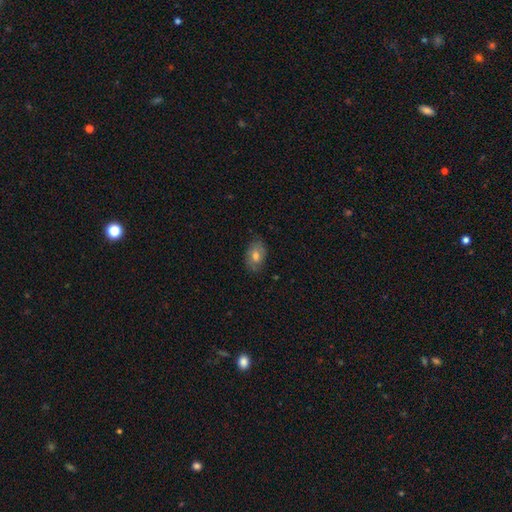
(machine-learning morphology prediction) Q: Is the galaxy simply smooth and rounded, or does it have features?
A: smooth — 65%.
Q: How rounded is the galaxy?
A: in between — 84%.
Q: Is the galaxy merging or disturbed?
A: none — 78%.